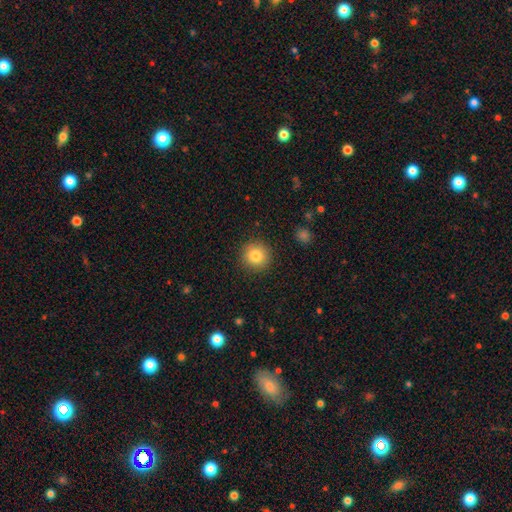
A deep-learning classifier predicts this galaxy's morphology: smooth_or_featured: smooth (p=0.83) [alt: star or artifact p=0.10]
how_rounded: round (p=0.94) [alt: in between p=0.05]
merging: none (p=0.91) [alt: minor disturbance p=0.06]